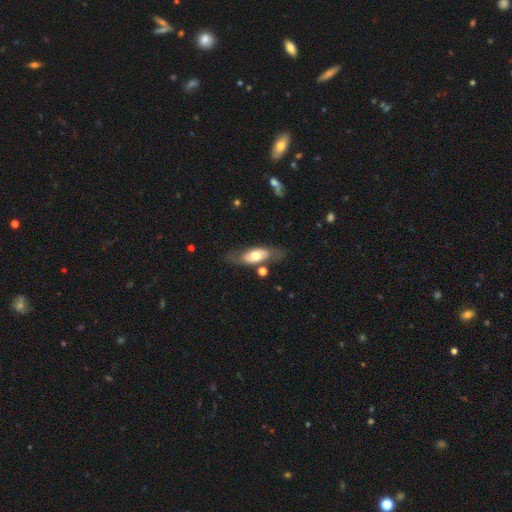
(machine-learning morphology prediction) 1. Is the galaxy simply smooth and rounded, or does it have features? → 52% smooth, 42% featured or disk, 6% star or artifact.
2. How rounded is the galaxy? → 76% in between, 20% cigar-shaped, 4% round.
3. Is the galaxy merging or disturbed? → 69% none, 18% minor disturbance, 8% major disturbance, 5% merger.